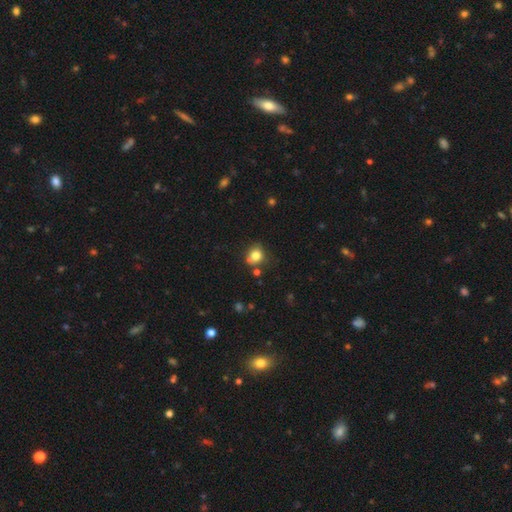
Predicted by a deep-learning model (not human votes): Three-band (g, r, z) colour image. It shows a smooth galaxy with no disk features (80%) that is round (67%). Merging: none (62%).